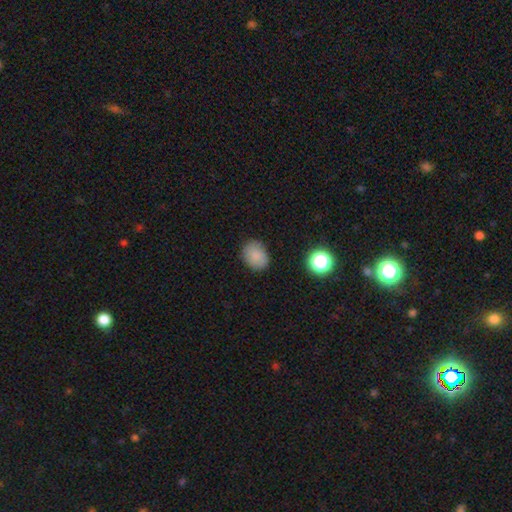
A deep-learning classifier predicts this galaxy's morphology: A smooth galaxy with no disk features (84%) that is in between round and cigar-shaped (58%). Merging: none (82%).